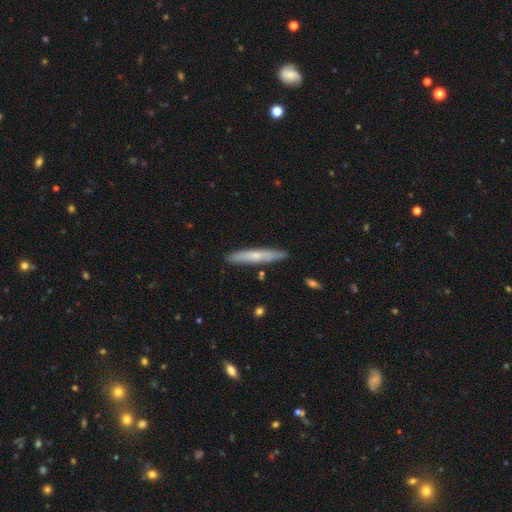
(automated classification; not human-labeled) This appears to be a smooth galaxy with no disk features (55%) that is cigar-shaped (93%). Merging: none (86%).